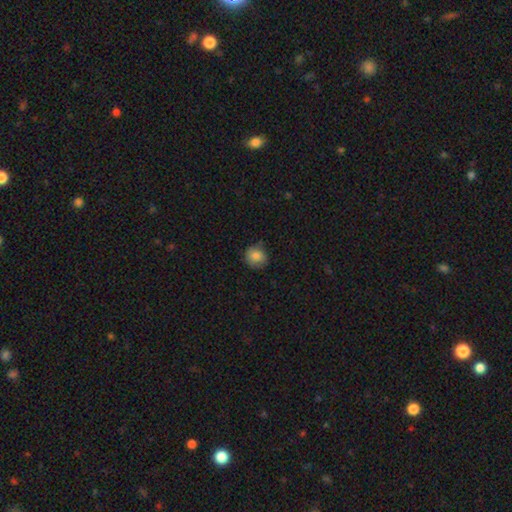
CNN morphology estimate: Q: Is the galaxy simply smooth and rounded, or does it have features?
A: smooth — 84%.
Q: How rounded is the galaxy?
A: round — 83%.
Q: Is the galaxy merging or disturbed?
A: none — 77%.